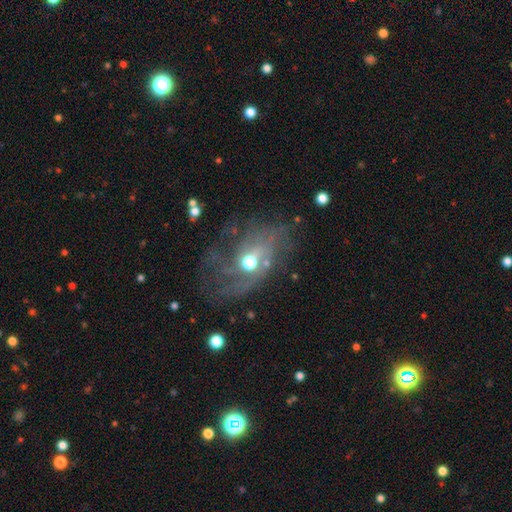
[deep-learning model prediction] smooth_or_featured: featured or disk (p=0.73) [alt: smooth p=0.14]
disk_edge_on: no (p=0.95) [alt: yes p=0.05]
bar: no (p=0.70) [alt: weak p=0.24]
has_spiral_arms: yes (p=0.74) [alt: no p=0.26]
spiral_winding: medium (p=0.37) [alt: loose p=0.35]
spiral_arm_count: can't tell (p=0.37) [alt: 2 p=0.29]
bulge_size: moderate (p=0.70) [alt: small p=0.19]
merging: none (p=0.52) [alt: major disturbance p=0.24]